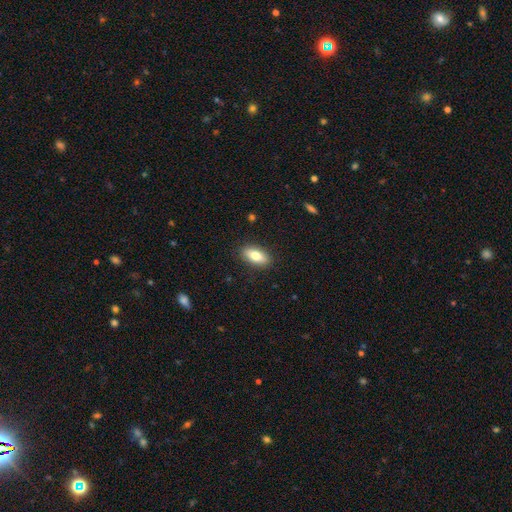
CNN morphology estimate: Q: Smooth or featured?
A: smooth (78%); runner-up: featured or disk (15%)
Q: How rounded?
A: in between (87%); runner-up: cigar-shaped (9%)
Q: Merging?
A: none (88%); runner-up: minor disturbance (9%)